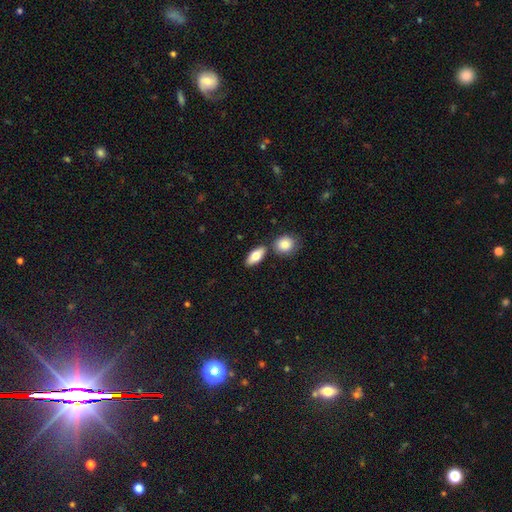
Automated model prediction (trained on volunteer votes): smooth-or-featured: smooth: 73% | featured or disk: 21% | star or artifact: 6%
  how-rounded: in between: 81% | cigar-shaped: 14% | round: 5%
  merging: none: 74% | merger: 14% | minor disturbance: 9% | major disturbance: 2%